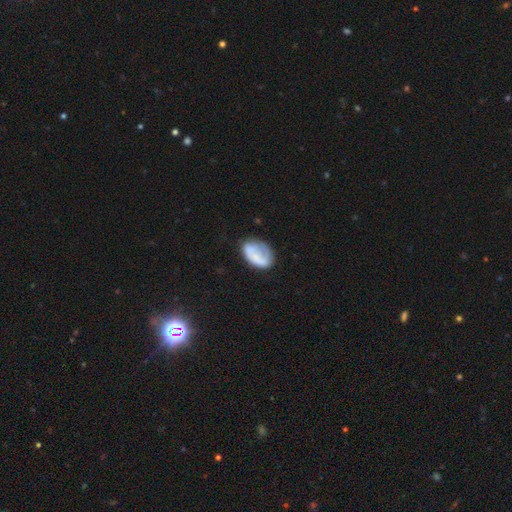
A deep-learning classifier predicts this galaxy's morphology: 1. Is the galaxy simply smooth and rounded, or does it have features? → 55% smooth, 37% featured or disk, 8% star or artifact.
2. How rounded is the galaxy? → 85% in between, 13% round, 1% cigar-shaped.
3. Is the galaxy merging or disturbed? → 50% none, 29% minor disturbance, 18% major disturbance, 3% merger.